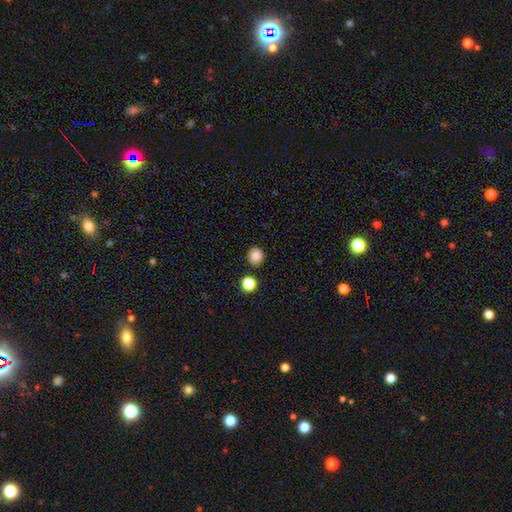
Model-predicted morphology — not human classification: Smooth or featured?
  - smooth: 86% *
  - star or artifact: 11%
  - featured or disk: 3%
How rounded?
  - round: 87% *
  - in between: 12%
  - cigar-shaped: 1%
Merging?
  - none: 86% *
  - minor disturbance: 7%
  - merger: 4%
  - major disturbance: 2%